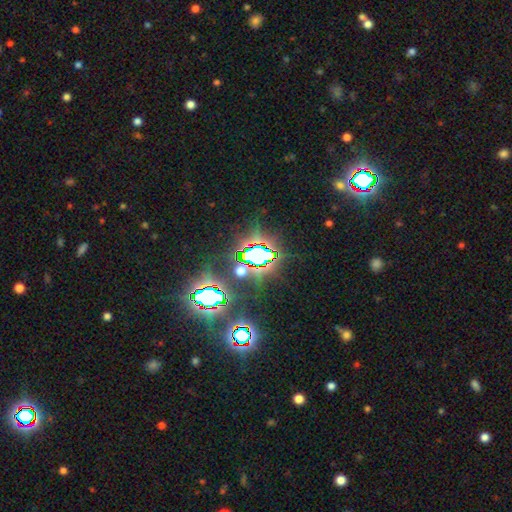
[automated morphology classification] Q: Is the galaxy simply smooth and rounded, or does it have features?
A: star or artifact — 76%.